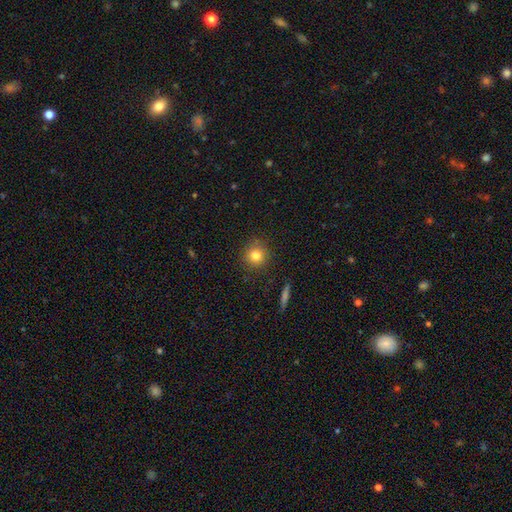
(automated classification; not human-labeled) Overall: smooth (80%). How rounded: round (93%). Merging: none (89%).